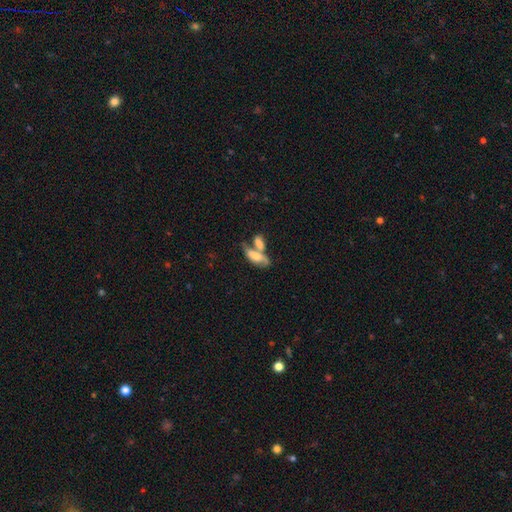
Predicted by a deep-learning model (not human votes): smooth-or-featured: smooth: 55% | featured or disk: 37% | star or artifact: 8%
  how-rounded: in between: 79% | cigar-shaped: 18% | round: 4%
  merging: merger: 59% | none: 22% | minor disturbance: 10% | major disturbance: 9%